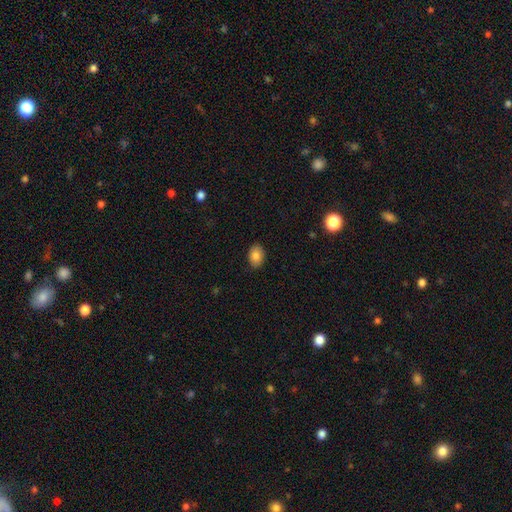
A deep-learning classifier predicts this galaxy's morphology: The model was most divided on "how rounded": in between: 79%, round: 20%, cigar-shaped: 1%. More confident: merging — none (88%); smooth or featured — smooth (85%).